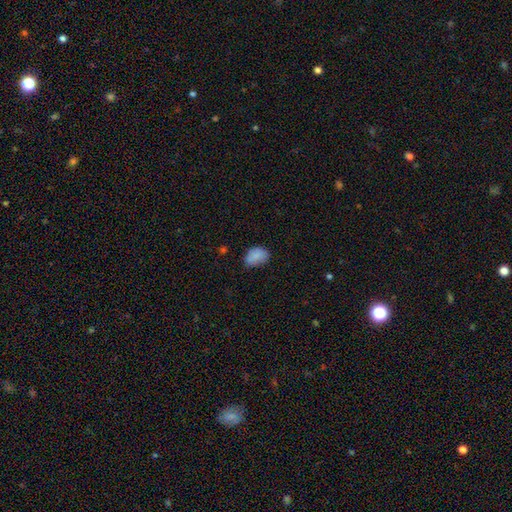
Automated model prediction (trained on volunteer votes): Smooth or featured? smooth (84%)
How rounded? in between (75%)
Merging? none (59%)